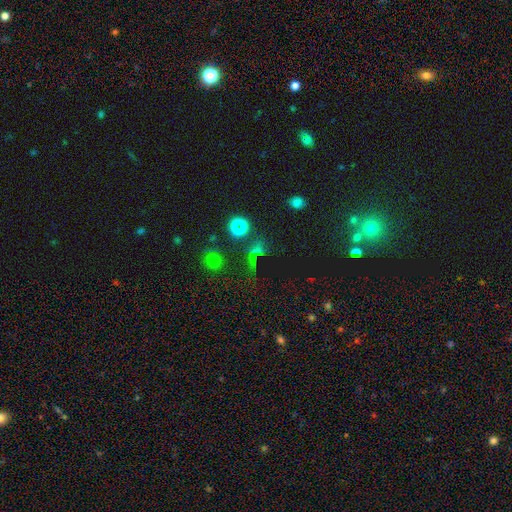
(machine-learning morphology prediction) Smooth or featured? Predicted: star or artifact (p=0.56).